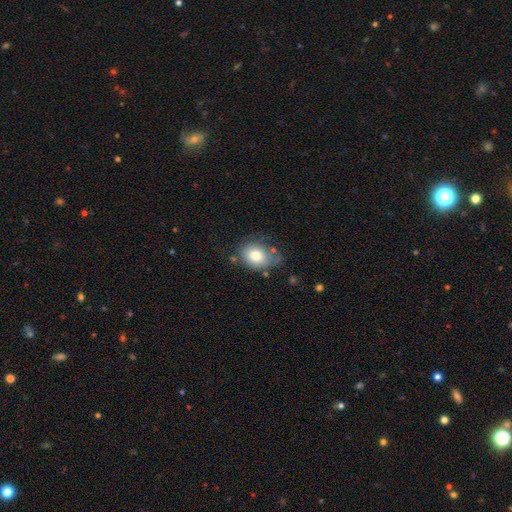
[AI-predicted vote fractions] Smooth or featured: smooth — 79% (featured or disk — 12%)
How rounded: in between — 53% (round — 46%)
Merging: none — 54% (minor disturbance — 29%)